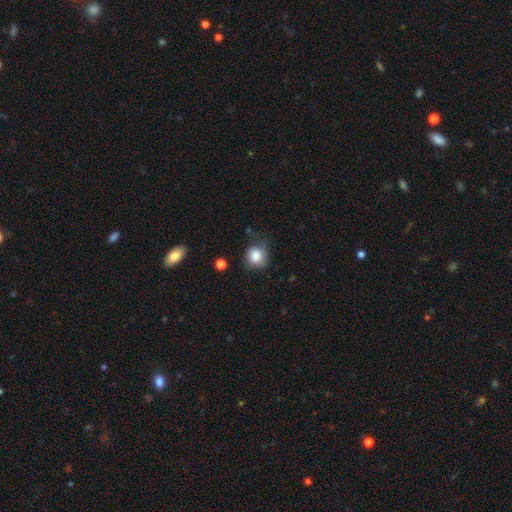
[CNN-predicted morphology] Smooth or featured? Predicted: smooth (p=0.82). How rounded? Predicted: round (p=0.80). Merging? Predicted: none (p=0.57).